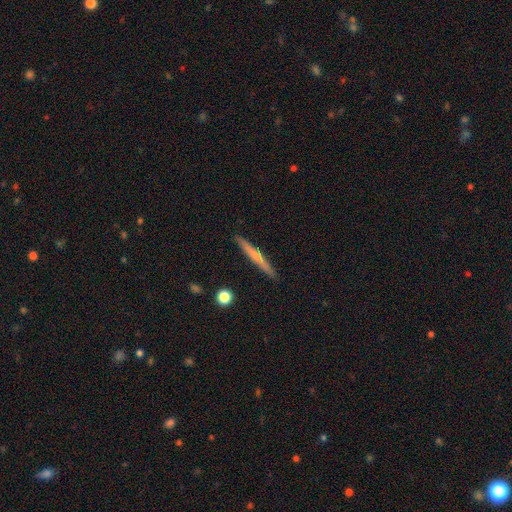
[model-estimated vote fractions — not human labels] smooth_or_featured: featured or disk (p=0.55) [alt: smooth p=0.39]
disk_edge_on: yes (p=0.97) [alt: no p=0.03]
edge_on_bulge: rounded (p=0.61) [alt: none p=0.35]
merging: none (p=0.91) [alt: minor disturbance p=0.07]